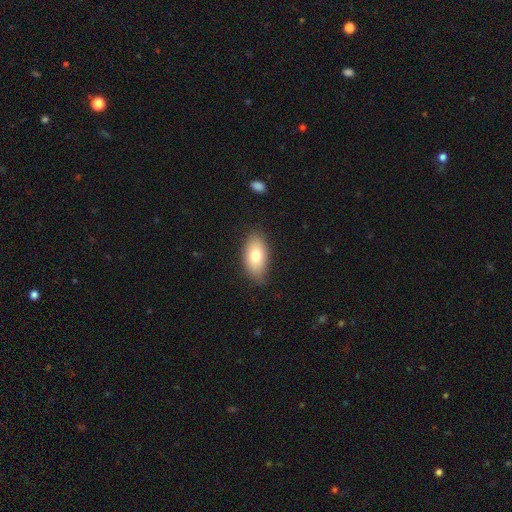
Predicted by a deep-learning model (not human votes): A smooth galaxy with no disk features (76%) that is in between round and cigar-shaped (92%). Merging: none (80%).